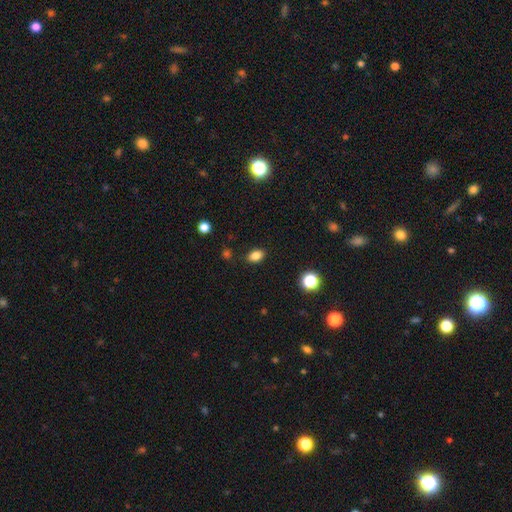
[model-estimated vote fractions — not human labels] Smooth or featured? Predicted: smooth (p=0.82). How rounded? Predicted: in between (p=0.82). Merging? Predicted: none (p=0.86).